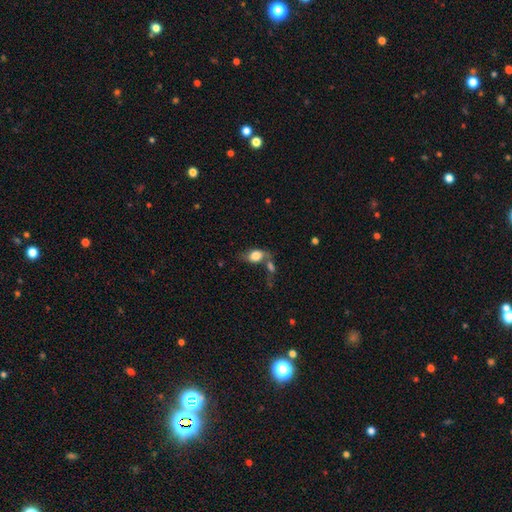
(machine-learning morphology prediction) smooth-or-featured: smooth: 73% | featured or disk: 19% | star or artifact: 8%
  how-rounded: in between: 79% | round: 18% | cigar-shaped: 3%
  merging: none: 37% | merger: 33% | minor disturbance: 17% | major disturbance: 13%